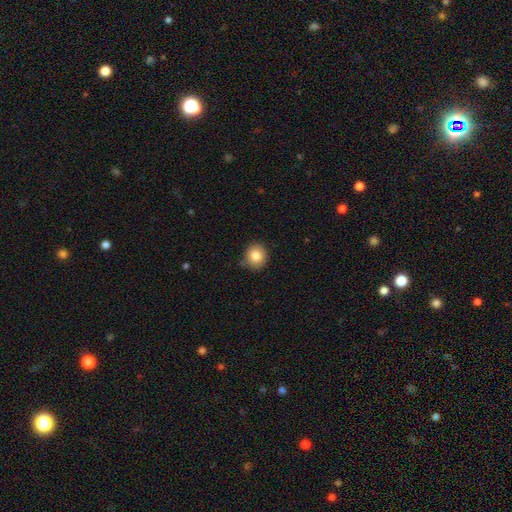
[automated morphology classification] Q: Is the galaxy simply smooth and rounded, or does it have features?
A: smooth — 83%.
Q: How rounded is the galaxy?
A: round — 89%.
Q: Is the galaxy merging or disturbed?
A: none — 85%.